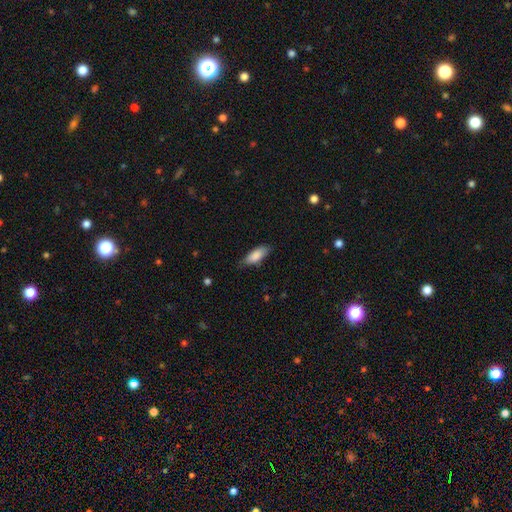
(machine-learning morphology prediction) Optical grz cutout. It shows a smooth galaxy with no disk features (85%) that is in between round and cigar-shaped (73%). Merging: none (75%).